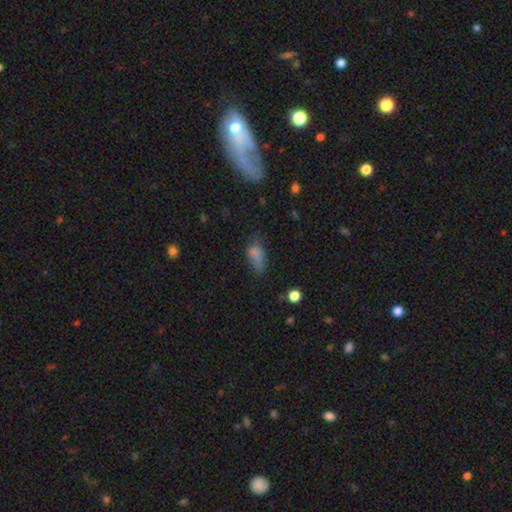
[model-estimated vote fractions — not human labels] Q: Smooth or featured?
A: smooth (67%); runner-up: star or artifact (16%)
Q: How rounded?
A: in between (79%); runner-up: cigar-shaped (13%)
Q: Merging?
A: none (52%); runner-up: minor disturbance (27%)